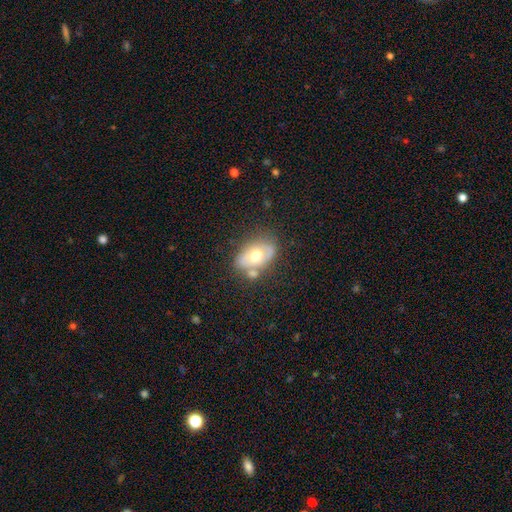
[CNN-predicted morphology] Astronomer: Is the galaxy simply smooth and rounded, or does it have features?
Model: featured or disk — 46%, tied with smooth at 46%.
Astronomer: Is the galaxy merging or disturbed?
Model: none — 57%.